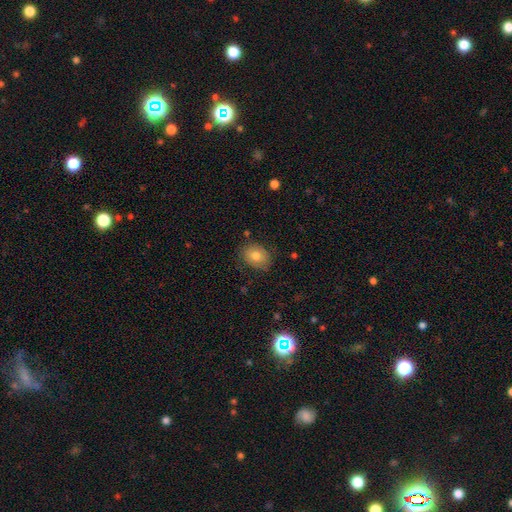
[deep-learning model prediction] smooth 78%, featured or disk 13%, star or artifact 9%. Down the decision tree: how rounded — in between (62%); merging — none (81%).